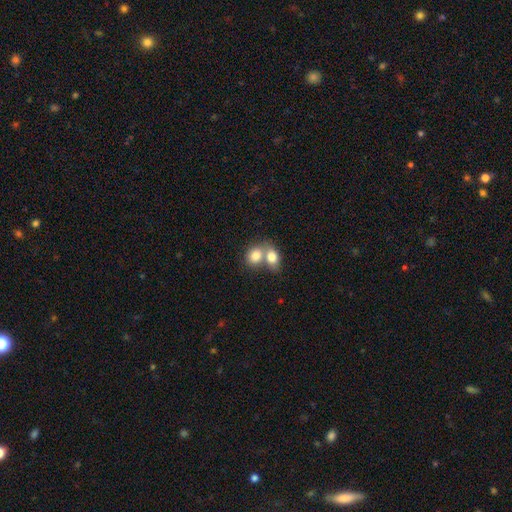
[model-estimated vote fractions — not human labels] Q: Smooth or featured?
A: smooth (80%); runner-up: featured or disk (12%)
Q: How rounded?
A: in between (50%); runner-up: round (49%)
Q: Merging?
A: merger (66%); runner-up: none (25%)